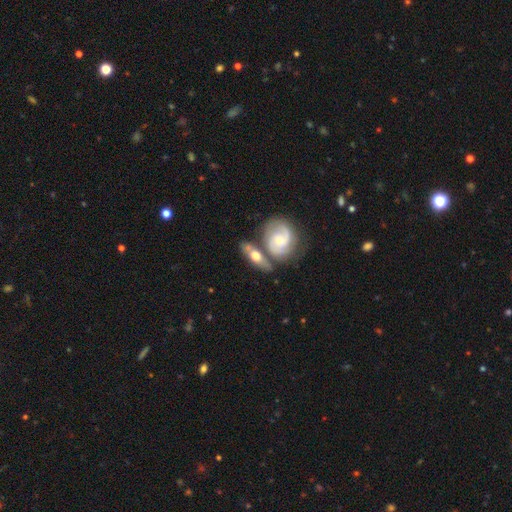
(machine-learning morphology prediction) smooth-or-featured: featured or disk: 61% | smooth: 34% | star or artifact: 5%
  disk-edge-on: no: 67% | yes: 33%
  merging: none: 48% | merger: 33% | minor disturbance: 14% | major disturbance: 5%